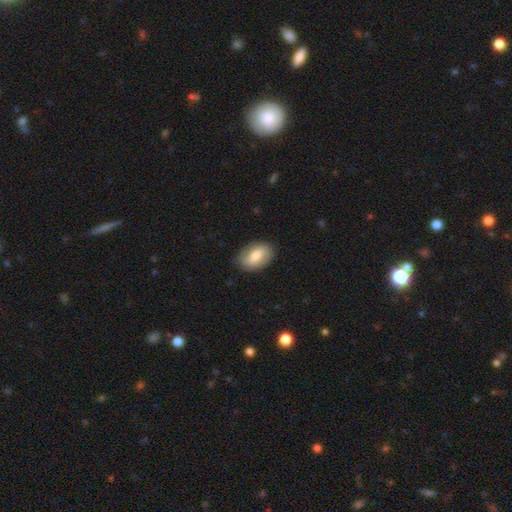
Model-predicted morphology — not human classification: Smooth or featured: smooth — 63% (featured or disk — 31%)
How rounded: in between — 86% (round — 12%)
Merging: none — 83% (minor disturbance — 12%)